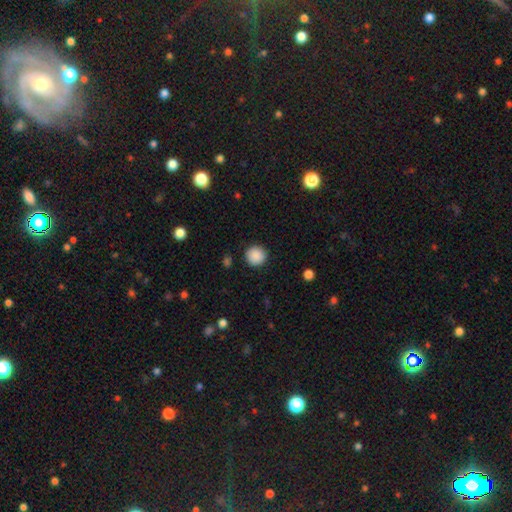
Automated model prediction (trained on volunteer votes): The model was most divided on "smooth or featured": smooth: 89%, star or artifact: 9%, featured or disk: 3%. More confident: how rounded — round (94%); merging — none (90%).